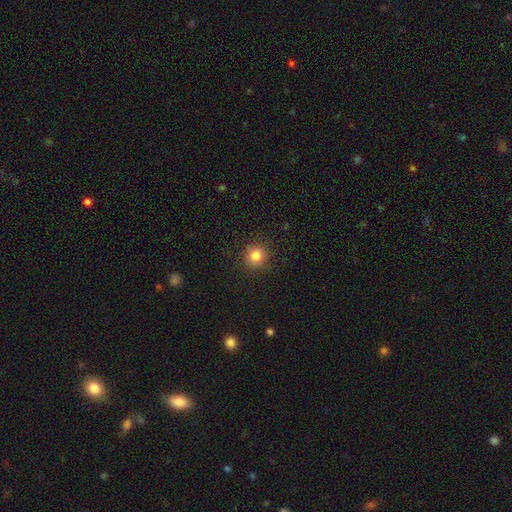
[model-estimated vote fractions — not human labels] smooth-or-featured: smooth: 83% | star or artifact: 12% | featured or disk: 5%
  how-rounded: round: 92% | in between: 8% | cigar-shaped: 1%
  merging: none: 90% | minor disturbance: 7% | major disturbance: 2% | merger: 1%